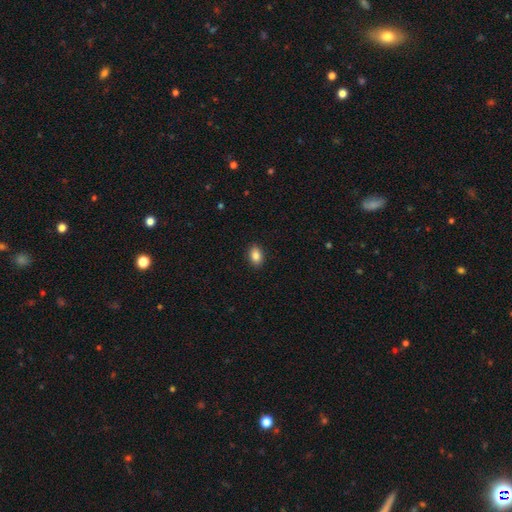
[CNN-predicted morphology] The model was most divided on "how rounded": in between: 82%, round: 17%, cigar-shaped: 1%. More confident: merging — none (90%); smooth or featured — smooth (86%).